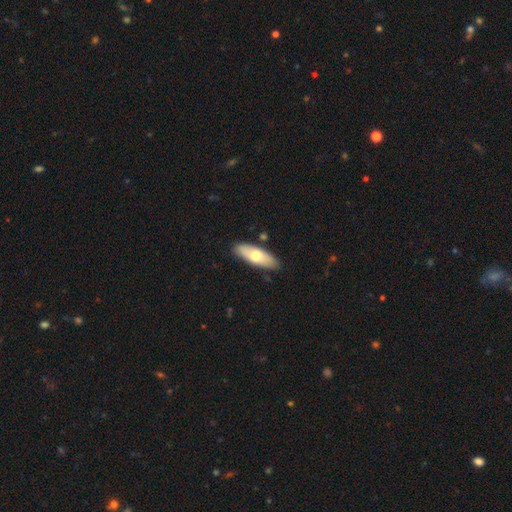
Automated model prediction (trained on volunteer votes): smooth 63%, featured or disk 32%, star or artifact 5%. Down the decision tree: how rounded — in between (66%); merging — none (86%).